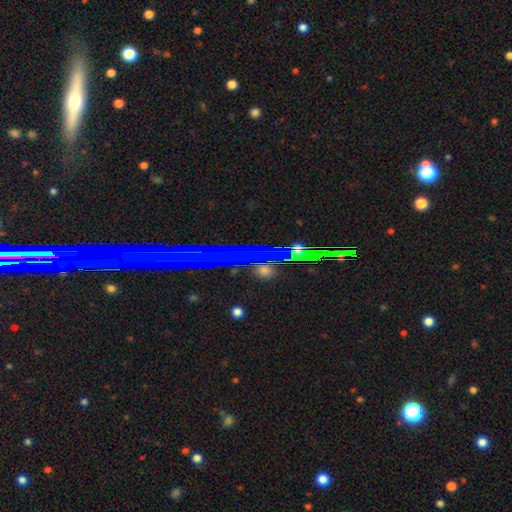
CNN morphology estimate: Smooth or featured?
  - featured or disk: 45% *
  - star or artifact: 38%
  - smooth: 17%
Merging?
  - none: 86% *
  - minor disturbance: 9%
  - merger: 3%
  - major disturbance: 3%